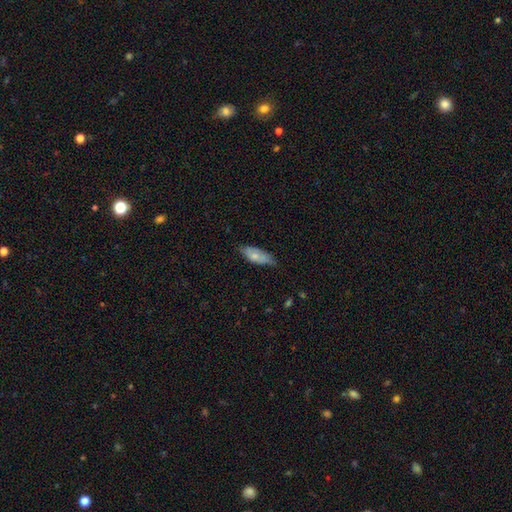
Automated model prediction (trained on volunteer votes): Smooth or featured: smooth — 67% (featured or disk — 27%)
How rounded: in between — 77% (cigar-shaped — 20%)
Merging: none — 63% (minor disturbance — 31%)